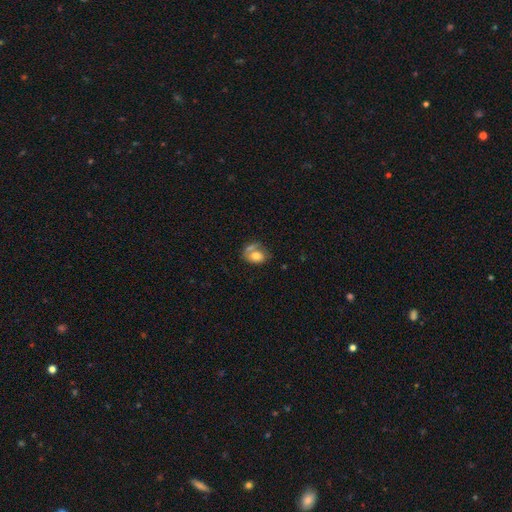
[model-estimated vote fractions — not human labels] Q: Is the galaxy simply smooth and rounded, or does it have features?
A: smooth — 60%.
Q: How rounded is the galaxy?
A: in between — 73%.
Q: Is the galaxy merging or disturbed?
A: none — 40%.